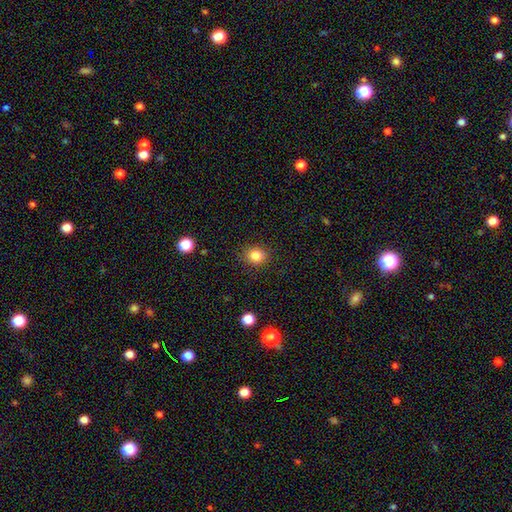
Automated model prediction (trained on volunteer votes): smooth_or_featured: smooth (p=0.83) [alt: star or artifact p=0.11]
how_rounded: round (p=0.71) [alt: in between p=0.28]
merging: none (p=0.88) [alt: minor disturbance p=0.08]